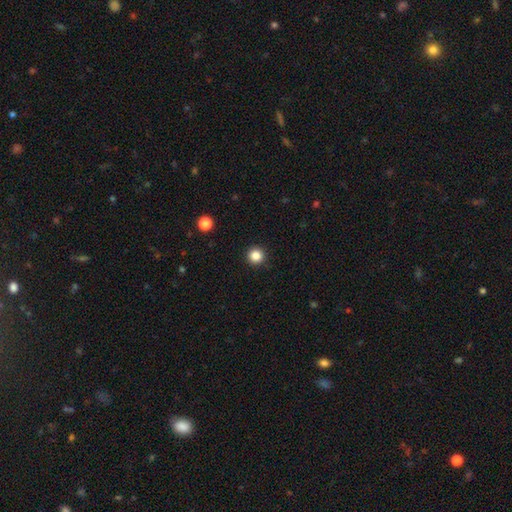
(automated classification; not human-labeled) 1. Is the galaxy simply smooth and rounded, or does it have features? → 85% smooth, 12% star or artifact, 4% featured or disk.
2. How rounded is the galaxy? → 96% round, 3% in between, 1% cigar-shaped.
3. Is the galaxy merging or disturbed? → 93% none, 4% minor disturbance, 1% major disturbance, 1% merger.